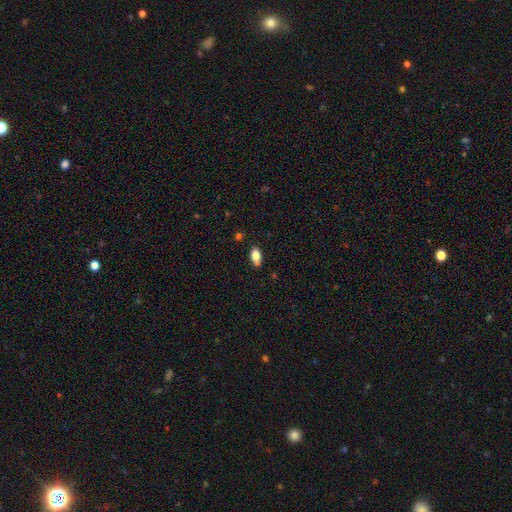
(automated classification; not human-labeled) Smooth or featured? smooth (80%)
How rounded? in between (89%)
Merging? none (79%)